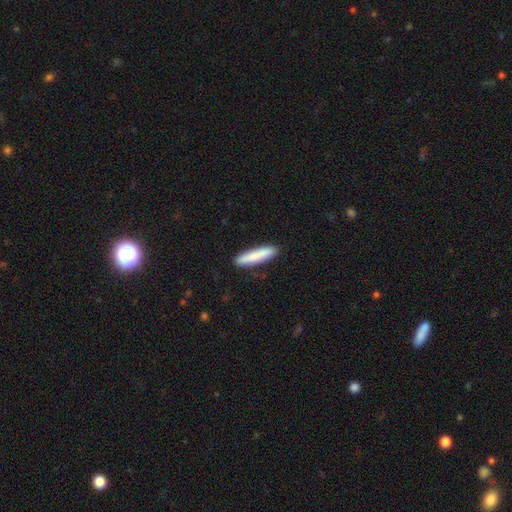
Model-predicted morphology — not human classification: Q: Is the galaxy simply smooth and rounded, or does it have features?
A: smooth — 82%.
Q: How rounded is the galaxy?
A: cigar-shaped — 87%.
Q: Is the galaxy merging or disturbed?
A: none — 89%.